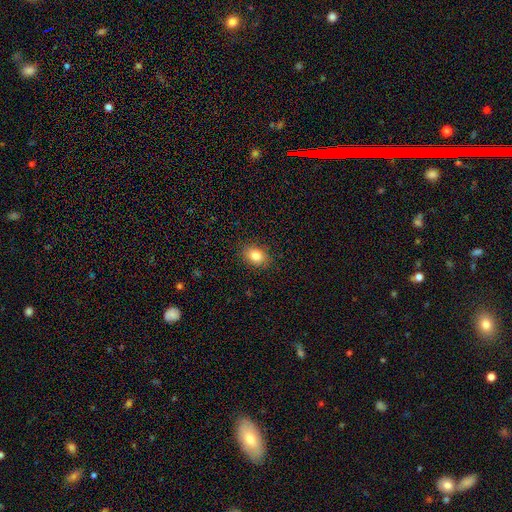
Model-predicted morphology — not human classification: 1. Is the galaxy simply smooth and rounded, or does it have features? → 85% smooth, 9% star or artifact, 6% featured or disk.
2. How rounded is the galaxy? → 70% in between, 29% round, 1% cigar-shaped.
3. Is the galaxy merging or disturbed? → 87% none, 9% minor disturbance, 2% major disturbance, 1% merger.